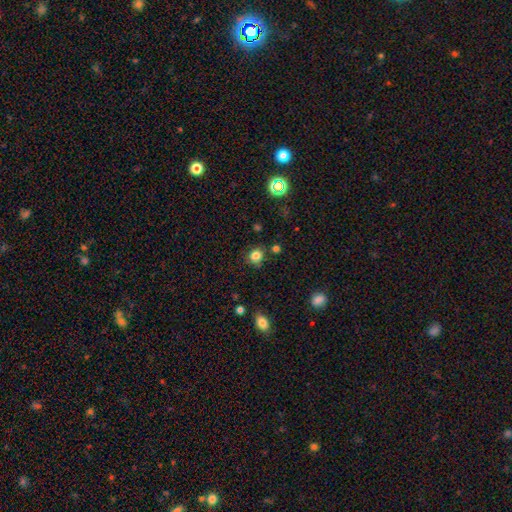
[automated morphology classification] This appears to be a smooth galaxy with no disk features (82%) that is round (77%). Merging: none (81%).